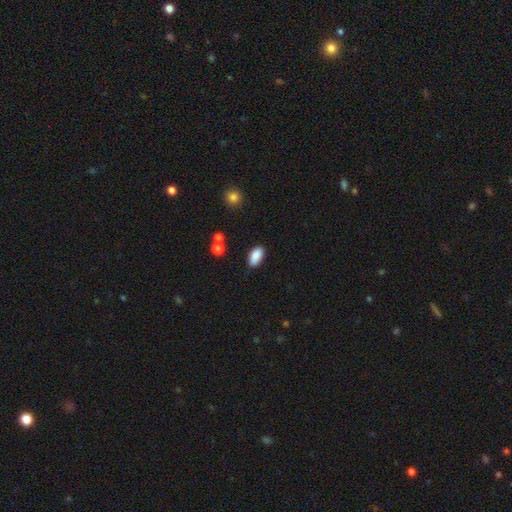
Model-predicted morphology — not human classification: Smooth or featured? smooth (87%)
How rounded? in between (91%)
Merging? none (84%)